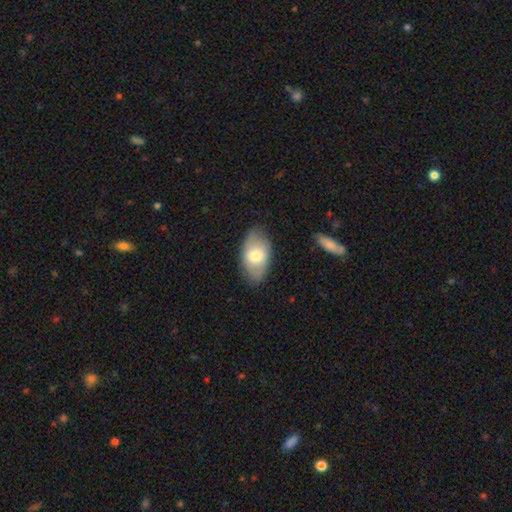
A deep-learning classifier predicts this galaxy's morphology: smooth-or-featured: smooth: 64% | featured or disk: 30% | star or artifact: 6%
  how-rounded: in between: 92% | round: 6% | cigar-shaped: 2%
  merging: none: 79% | minor disturbance: 16% | major disturbance: 4% | merger: 1%